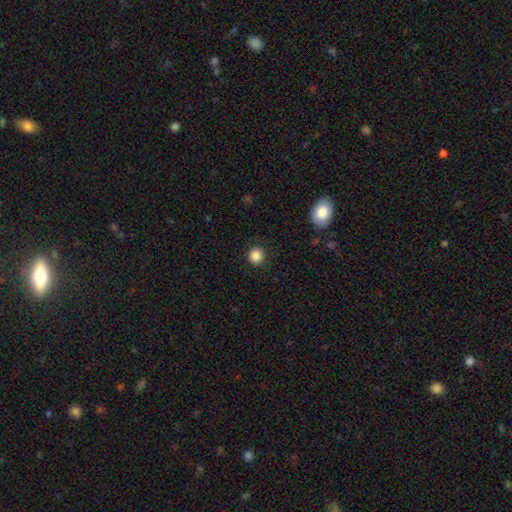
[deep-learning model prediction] Overall: smooth (87%). How rounded: round (89%). Merging: none (90%).